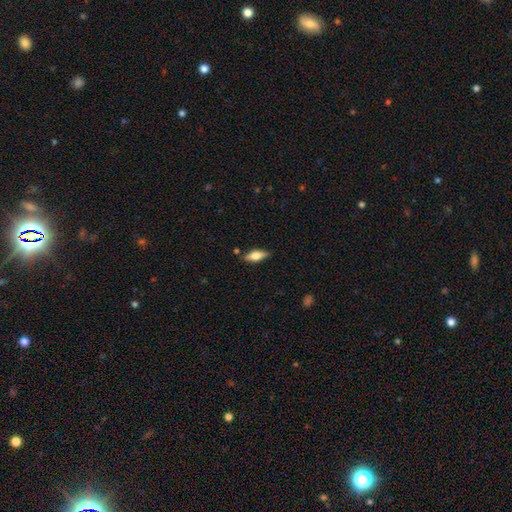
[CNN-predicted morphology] type=smooth (58%); roundness=in between (70%); merging=none (82%).